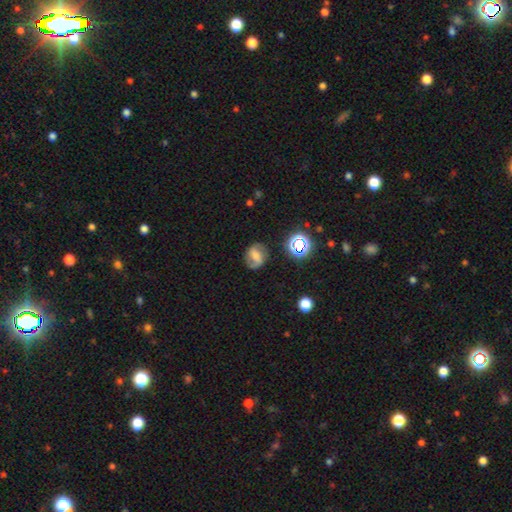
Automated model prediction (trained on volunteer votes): A featured or disk galaxy (51%). Merging: none (73%).